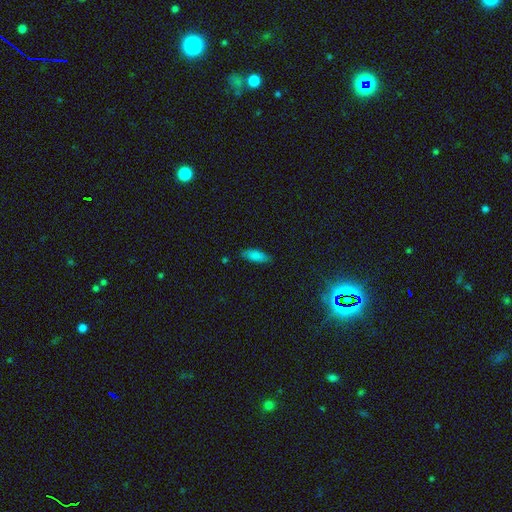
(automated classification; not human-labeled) The model was most divided on "how rounded": in between: 73%, cigar-shaped: 25%, round: 2%. More confident: smooth or featured — smooth (84%); merging — none (81%).